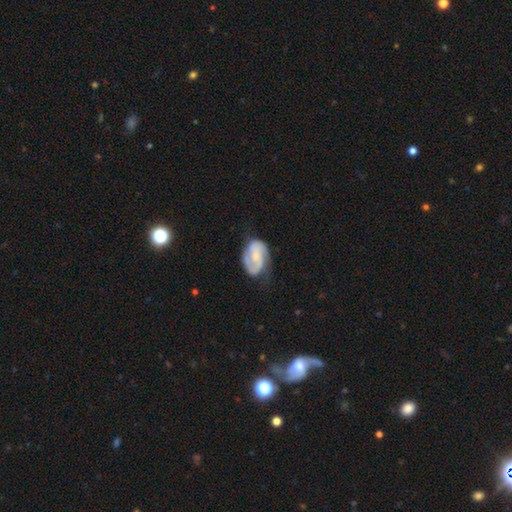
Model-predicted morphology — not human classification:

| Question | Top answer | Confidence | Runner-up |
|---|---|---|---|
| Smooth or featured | featured or disk | 70% | smooth (25%) |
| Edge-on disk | no | 97% | yes (3%) |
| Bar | no | 50% | weak (40%) |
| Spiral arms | yes | 91% | no (9%) |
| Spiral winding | medium | 45% | tight (36%) |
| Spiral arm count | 2 | 76% | can't tell (11%) |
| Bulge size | small | 46% | moderate (35%) |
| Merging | none | 59% | minor disturbance (27%) |